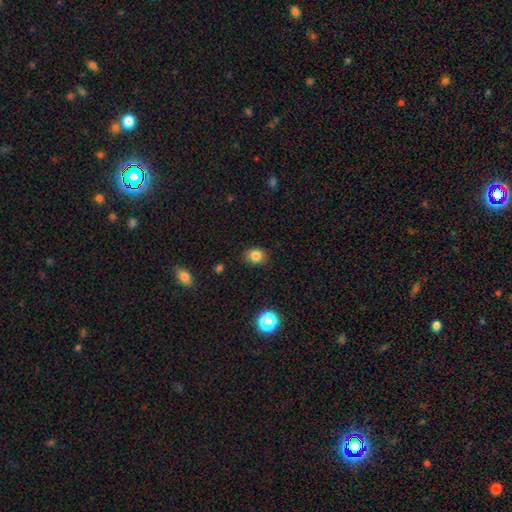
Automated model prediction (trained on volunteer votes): Q: Smooth or featured?
A: smooth (83%); runner-up: star or artifact (11%)
Q: How rounded?
A: round (57%); runner-up: in between (42%)
Q: Merging?
A: none (86%); runner-up: minor disturbance (11%)